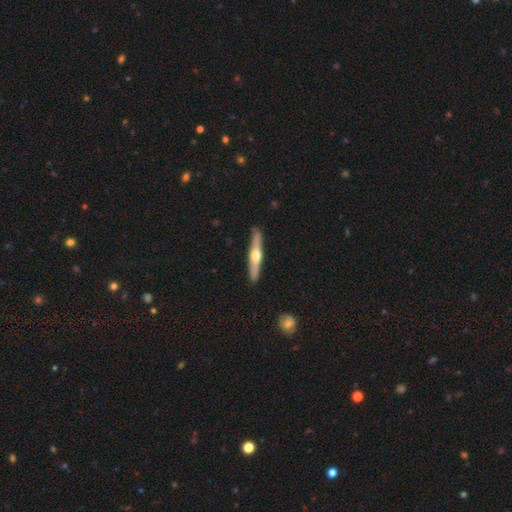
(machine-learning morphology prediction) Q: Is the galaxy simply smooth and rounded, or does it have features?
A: featured or disk — 57%.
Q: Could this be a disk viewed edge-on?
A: yes — 93%.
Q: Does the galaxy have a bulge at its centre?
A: rounded — 91%.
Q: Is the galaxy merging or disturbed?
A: none — 90%.